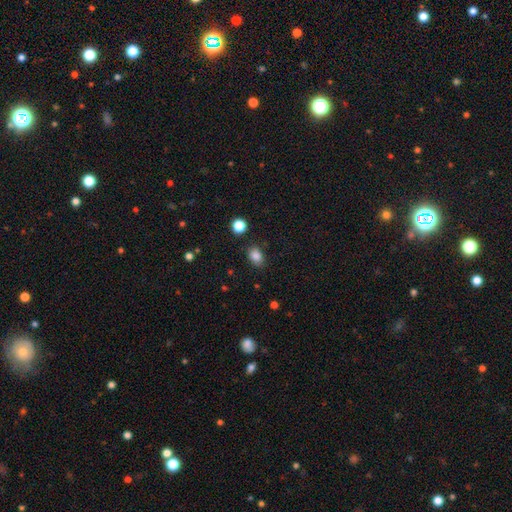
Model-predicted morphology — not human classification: Smooth or featured: smooth — 85% (star or artifact — 11%)
How rounded: in between — 74% (round — 25%)
Merging: none — 80% (minor disturbance — 14%)